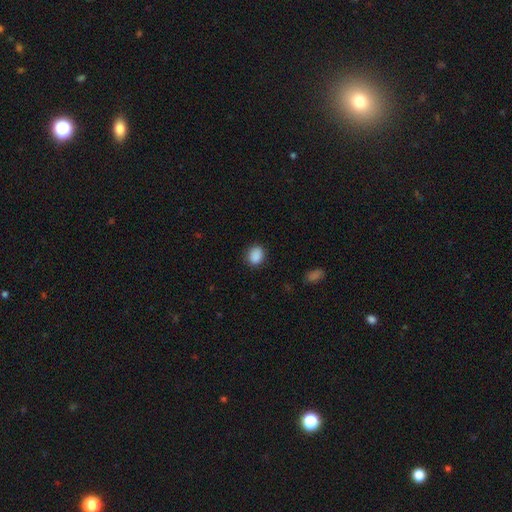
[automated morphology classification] Smooth or featured? smooth (89%)
How rounded? round (53%)
Merging? none (85%)